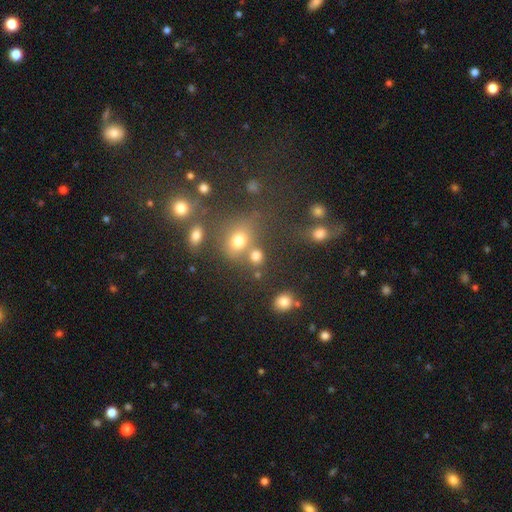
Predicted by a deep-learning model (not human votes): Overall: smooth (74%). How rounded: round (70%). Merging: none (56%; merger 28%).